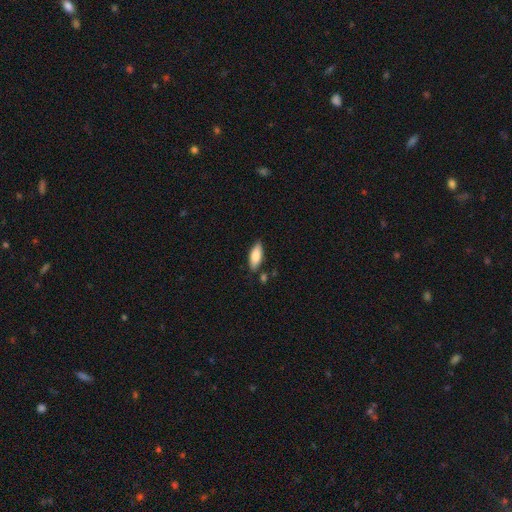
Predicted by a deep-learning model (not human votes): Smooth or featured: smooth — 82% (featured or disk — 12%)
How rounded: in between — 78% (cigar-shaped — 20%)
Merging: none — 81% (minor disturbance — 13%)